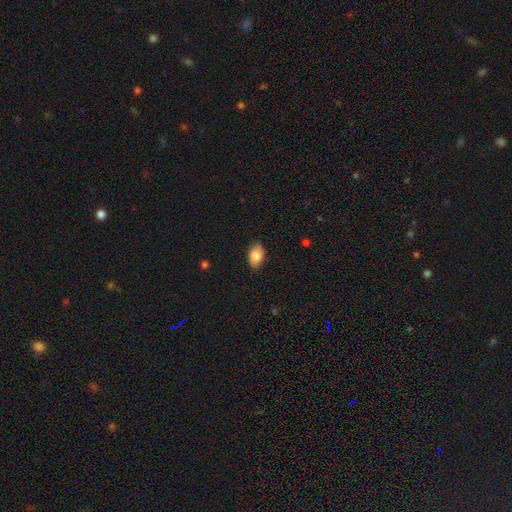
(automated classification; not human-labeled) This appears to be a smooth galaxy with no disk features (83%) that is in between round and cigar-shaped (89%). Merging: none (83%).